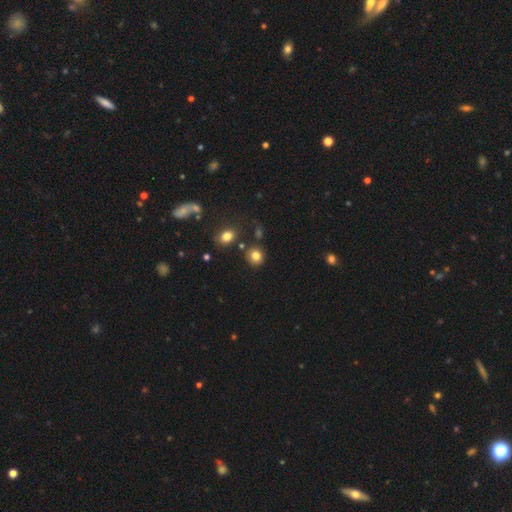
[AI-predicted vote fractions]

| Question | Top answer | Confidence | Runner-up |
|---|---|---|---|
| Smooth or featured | smooth | 82% | star or artifact (11%) |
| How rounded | round | 84% | in between (15%) |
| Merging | none | 82% | minor disturbance (9%) |